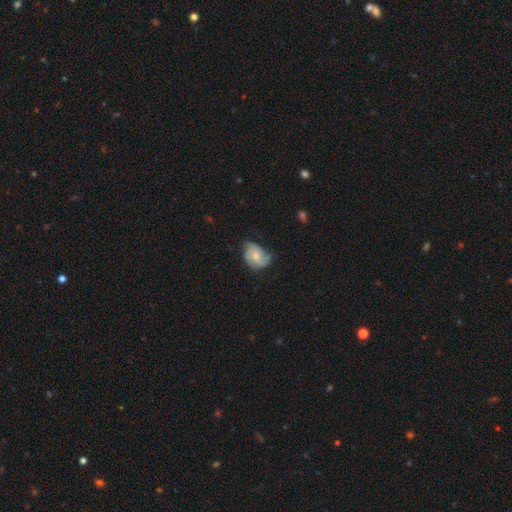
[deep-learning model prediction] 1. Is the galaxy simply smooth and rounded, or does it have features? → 54% featured or disk, 39% smooth, 7% star or artifact.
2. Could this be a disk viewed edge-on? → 97% no, 3% yes.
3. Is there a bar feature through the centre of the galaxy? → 77% no, 19% weak, 3% strong.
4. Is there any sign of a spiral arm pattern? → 81% yes, 19% no.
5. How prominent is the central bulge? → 55% moderate, 38% small, 3% none, 3% large, 1% dominant.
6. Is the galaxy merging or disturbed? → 46% none, 37% minor disturbance, 15% major disturbance, 2% merger.